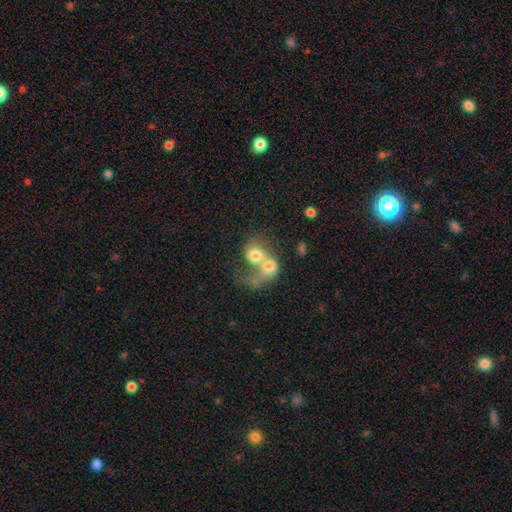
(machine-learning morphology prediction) Smooth or featured? smooth (57%)
How rounded? round (57%)
Merging? merger (82%)